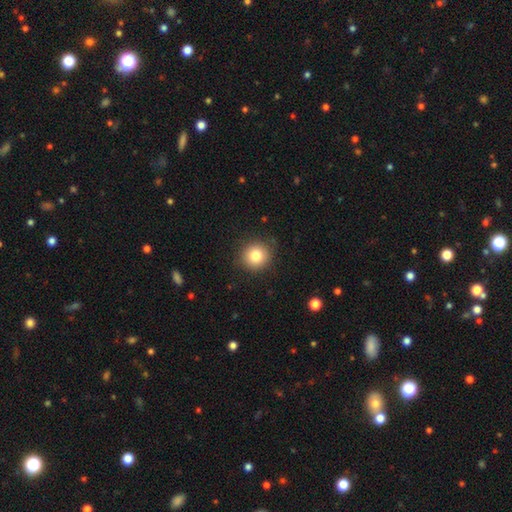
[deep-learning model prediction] Smooth or featured? Predicted: smooth (p=0.81). How rounded? Predicted: round (p=0.92). Merging? Predicted: none (p=0.88).